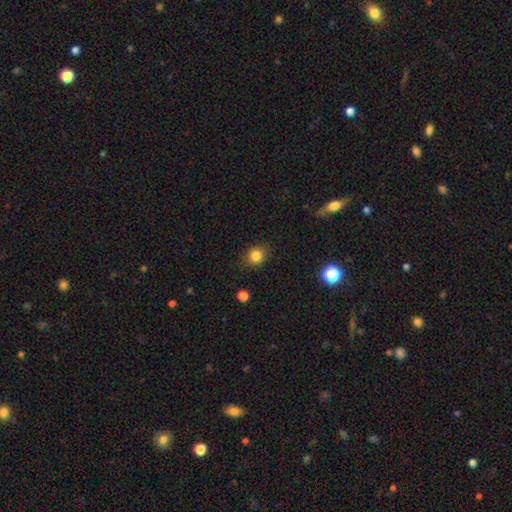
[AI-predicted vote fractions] Smooth or featured? smooth (83%)
How rounded? round (76%)
Merging? none (84%)